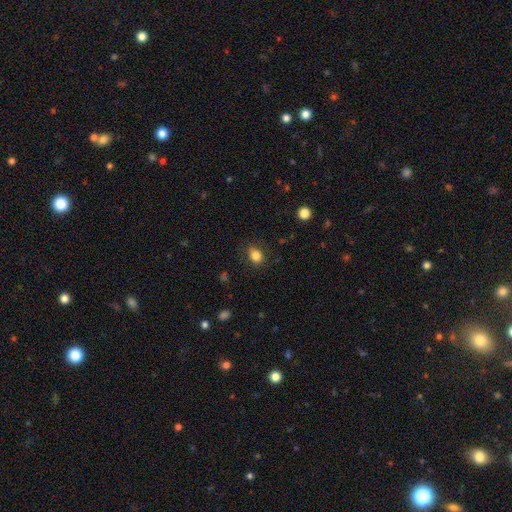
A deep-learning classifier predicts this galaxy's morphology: A smooth galaxy with no disk features (83%) that is in between round and cigar-shaped (53%). Merging: none (80%).